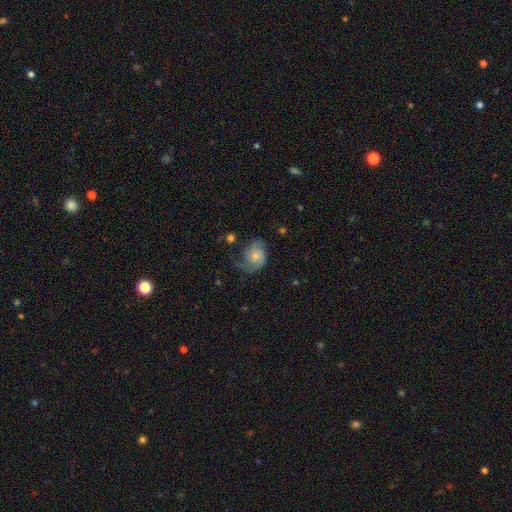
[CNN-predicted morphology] Smooth or featured? Predicted: featured or disk (p=0.55). Edge-on disk? Predicted: no (p=0.97). Bar? Predicted: no (p=0.77). Spiral arms? Predicted: yes (p=0.88). Bulge size? Predicted: small (p=0.43). Merging? Predicted: none (p=0.47).